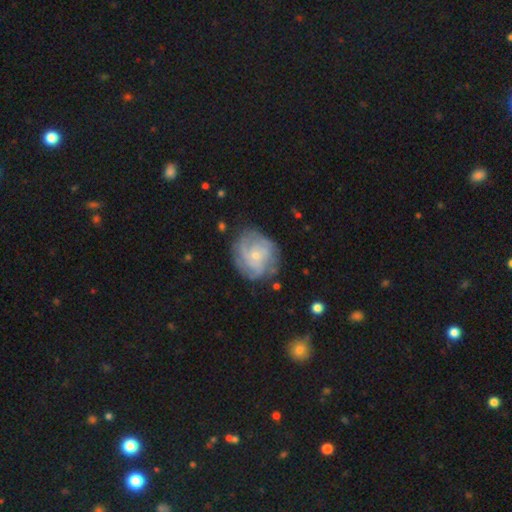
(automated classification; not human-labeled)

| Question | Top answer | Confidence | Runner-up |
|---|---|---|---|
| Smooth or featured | featured or disk | 78% | smooth (16%) |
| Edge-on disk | no | 98% | yes (2%) |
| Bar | no | 77% | weak (20%) |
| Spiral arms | yes | 91% | no (9%) |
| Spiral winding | tight | 51% | medium (37%) |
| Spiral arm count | can't tell | 31% | 3 (24%) |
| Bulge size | small | 76% | moderate (20%) |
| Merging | none | 72% | minor disturbance (18%) |